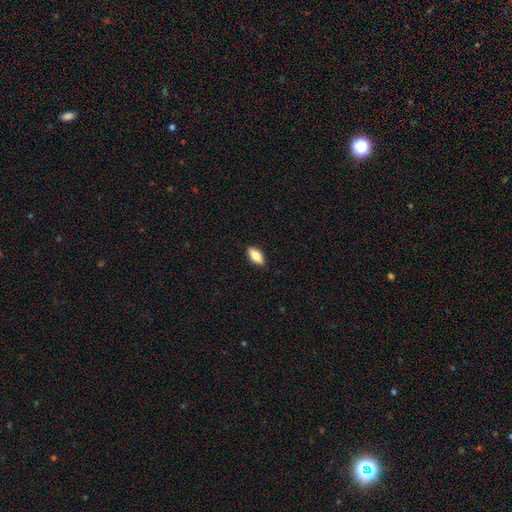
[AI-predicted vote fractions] Smooth or featured?
  - smooth: 76% *
  - featured or disk: 17%
  - star or artifact: 7%
How rounded?
  - in between: 82% *
  - cigar-shaped: 15%
  - round: 3%
Merging?
  - none: 88% *
  - minor disturbance: 9%
  - major disturbance: 2%
  - merger: 1%